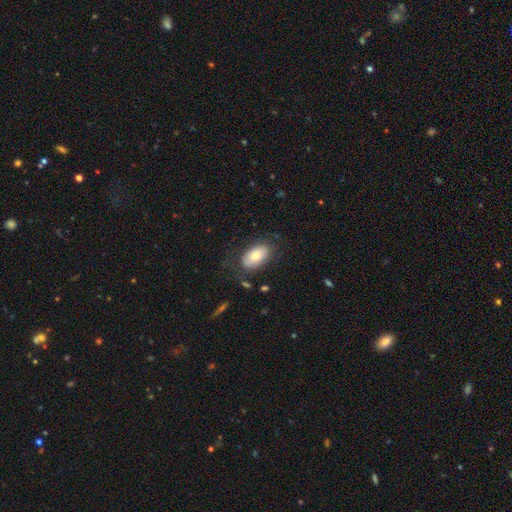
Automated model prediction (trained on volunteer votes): The model was most divided on "smooth or featured": smooth: 68%, featured or disk: 25%, star or artifact: 7%. More confident: how rounded — in between (92%); merging — none (68%).